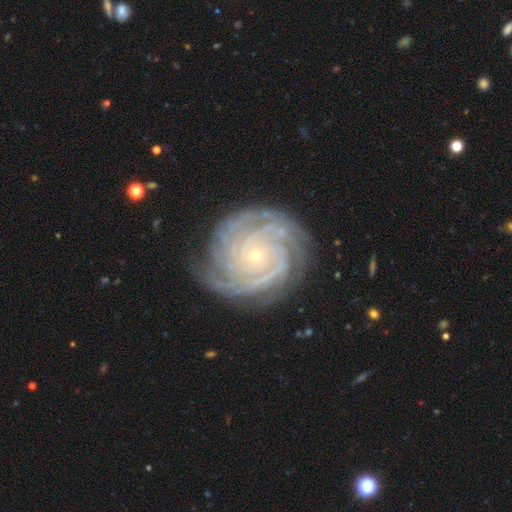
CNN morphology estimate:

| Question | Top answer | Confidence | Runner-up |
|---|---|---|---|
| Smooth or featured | featured or disk | 91% | star or artifact (6%) |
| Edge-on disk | no | 98% | yes (2%) |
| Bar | no | 79% | weak (14%) |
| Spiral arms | yes | 98% | no (2%) |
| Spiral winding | tight | 82% | medium (16%) |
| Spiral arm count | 4 | 28% | 3 (20%) |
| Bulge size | small | 86% | moderate (11%) |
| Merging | none | 80% | minor disturbance (14%) |